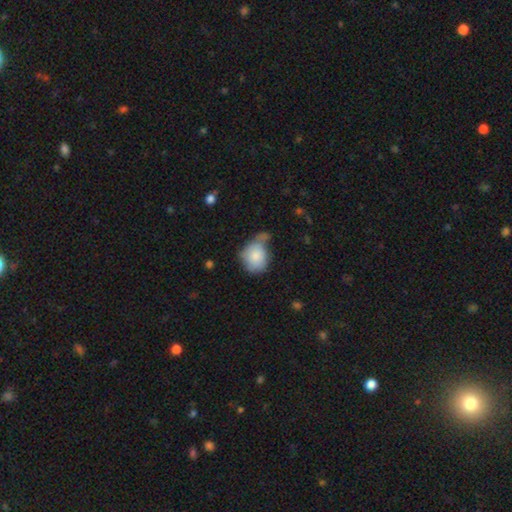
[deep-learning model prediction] This appears to be a smooth galaxy with no disk features (81%) that is round (57%). Merging: none (33%, tied with minor disturbance).